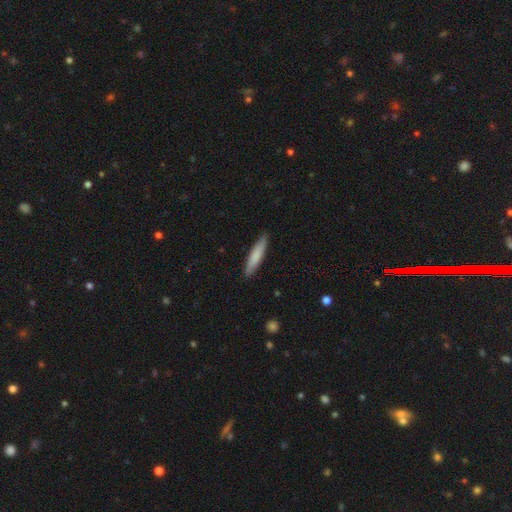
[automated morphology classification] smooth-or-featured: smooth: 76% | featured or disk: 19% | star or artifact: 5%
  how-rounded: cigar-shaped: 89% | in between: 10% | round: 1%
  merging: none: 89% | minor disturbance: 9% | major disturbance: 2% | merger: 1%